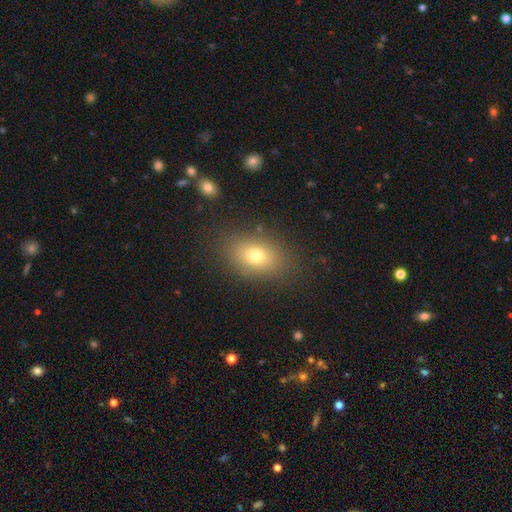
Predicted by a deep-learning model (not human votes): Smooth or featured: smooth — 74% (featured or disk — 14%)
How rounded: in between — 80% (round — 19%)
Merging: none — 83% (minor disturbance — 11%)